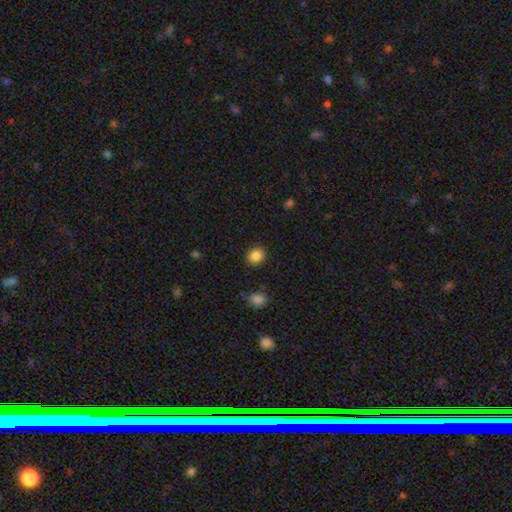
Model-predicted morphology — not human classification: smooth-or-featured: smooth: 86% | star or artifact: 10% | featured or disk: 4%
  how-rounded: round: 76% | in between: 23% | cigar-shaped: 1%
  merging: none: 88% | minor disturbance: 8% | major disturbance: 2% | merger: 2%